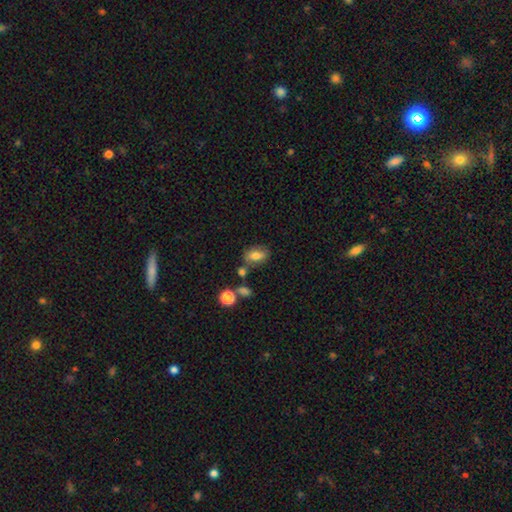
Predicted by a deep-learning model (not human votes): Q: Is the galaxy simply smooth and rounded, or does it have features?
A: smooth — 74%.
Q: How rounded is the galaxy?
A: in between — 83%.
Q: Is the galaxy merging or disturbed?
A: none — 64%.